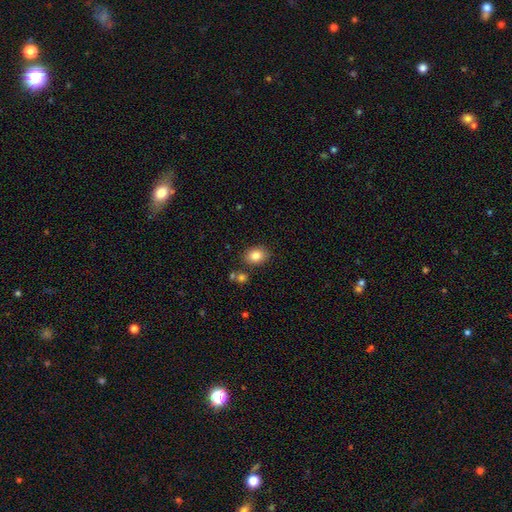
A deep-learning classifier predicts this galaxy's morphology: smooth-or-featured: smooth: 84% | star or artifact: 9% | featured or disk: 7%
  how-rounded: in between: 62% | round: 37% | cigar-shaped: 1%
  merging: none: 82% | minor disturbance: 10% | merger: 5% | major disturbance: 3%